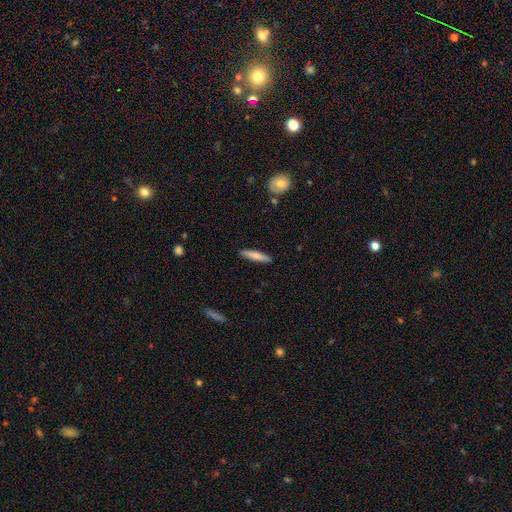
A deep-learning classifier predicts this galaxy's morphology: Q: Smooth or featured?
A: smooth (75%); runner-up: featured or disk (19%)
Q: How rounded?
A: cigar-shaped (87%); runner-up: in between (11%)
Q: Merging?
A: none (90%); runner-up: minor disturbance (7%)